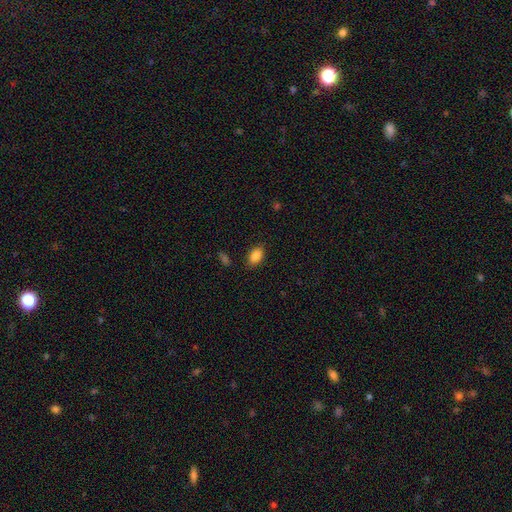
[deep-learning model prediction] smooth-or-featured: smooth: 87% | star or artifact: 9% | featured or disk: 5%
  how-rounded: in between: 88% | round: 10% | cigar-shaped: 2%
  merging: none: 84% | minor disturbance: 11% | major disturbance: 3% | merger: 2%